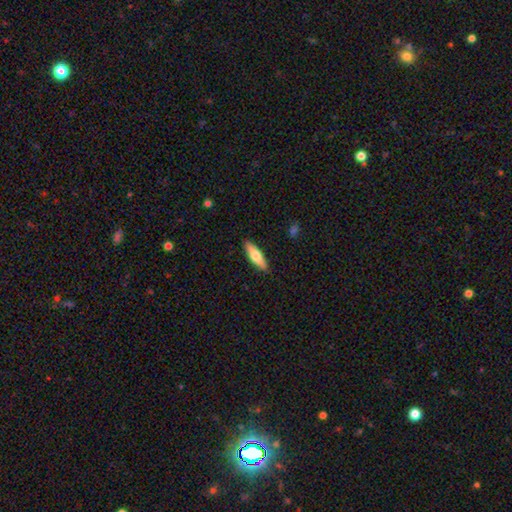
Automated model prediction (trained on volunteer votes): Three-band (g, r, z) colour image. It shows a smooth galaxy with no disk features (66%) that is cigar-shaped (60%). Merging: none (89%).